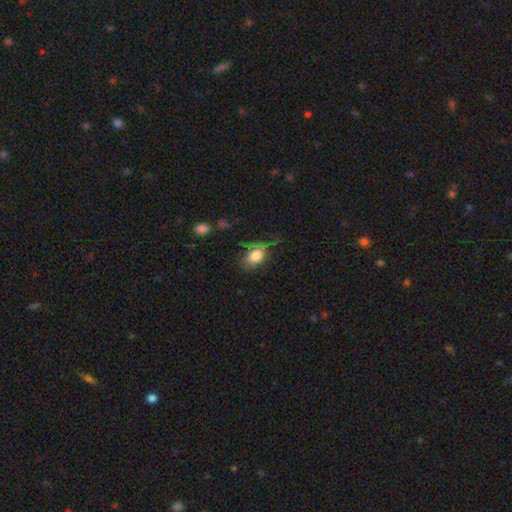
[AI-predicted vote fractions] The model was most divided on "merging": none: 57%, minor disturbance: 29%, major disturbance: 12%, merger: 2%. More confident: how rounded — in between (83%); smooth or featured — smooth (81%).